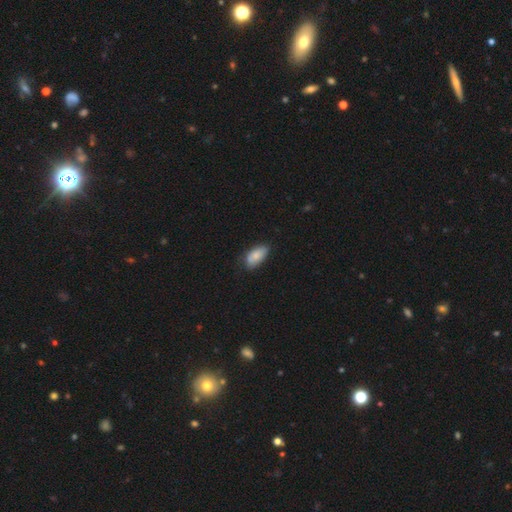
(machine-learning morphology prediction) Smooth or featured? smooth (80%)
How rounded? in between (93%)
Merging? none (66%)